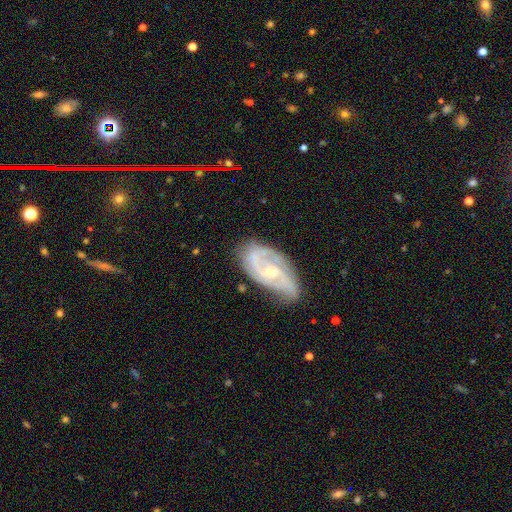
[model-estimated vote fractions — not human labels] This is clearly a featured or disk galaxy (82%). It is clearly not viewed edge-on (96%). Bar: possibly weak (49%). Spiral arm pattern: clearly yes (93%). Spiral arm count: possibly 2 (60%). Spiral winding: possibly medium (48%). Central bulge: possibly small (54%). Merging: likely none (60%).